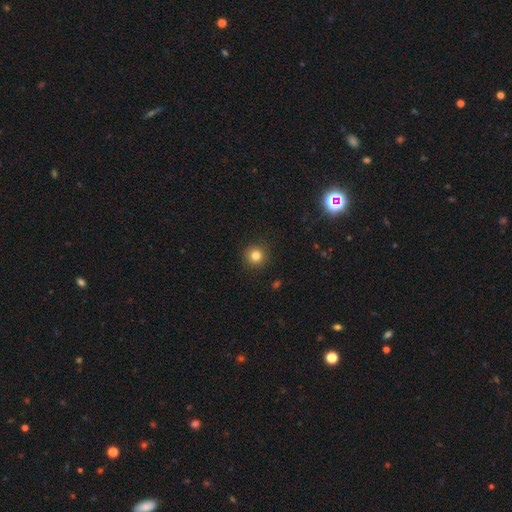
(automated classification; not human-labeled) This is clearly a smooth galaxy (83%). How rounded: clearly round (95%). Merging: clearly none (92%).